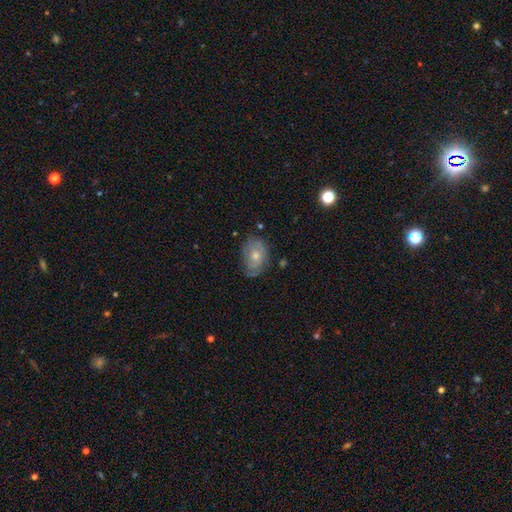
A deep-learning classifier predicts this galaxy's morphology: Smooth or featured: featured or disk — 51% (smooth — 36%)
Edge-on disk: no — 94% (yes — 6%)
Merging: none — 70% (minor disturbance — 22%)